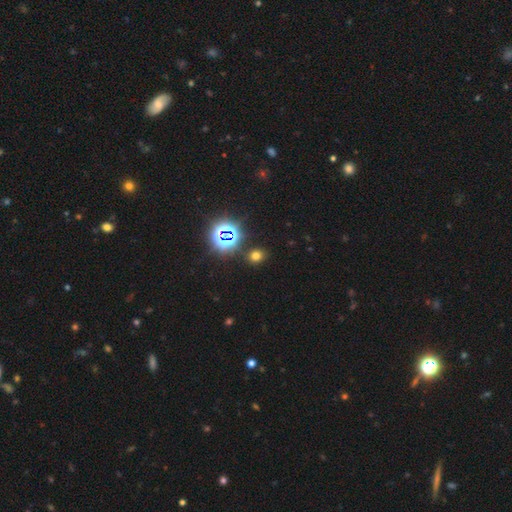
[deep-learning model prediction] smooth-or-featured: smooth: 61% | star or artifact: 32% | featured or disk: 7%
  how-rounded: round: 70% | in between: 29% | cigar-shaped: 1%
  merging: none: 86% | minor disturbance: 8% | major disturbance: 3% | merger: 3%